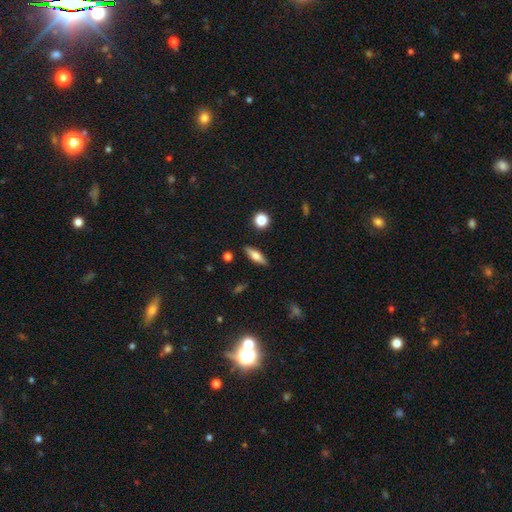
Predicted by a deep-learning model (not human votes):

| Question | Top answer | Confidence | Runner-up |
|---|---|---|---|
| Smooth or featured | smooth | 59% | featured or disk (34%) |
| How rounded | cigar-shaped | 52% | in between (44%) |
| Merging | none | 87% | minor disturbance (9%) |